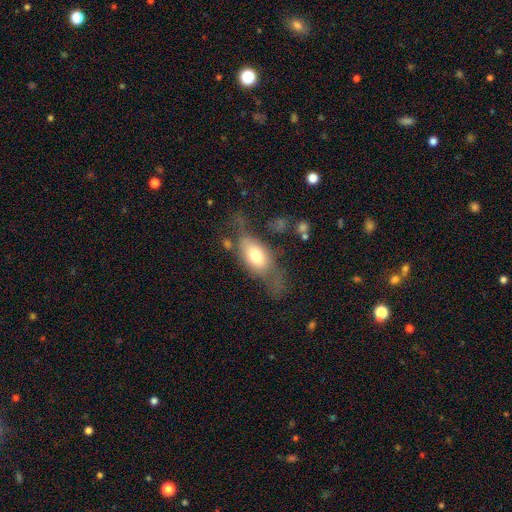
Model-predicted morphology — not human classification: Smooth or featured? smooth (62%)
How rounded? in between (81%)
Merging? none (40%)